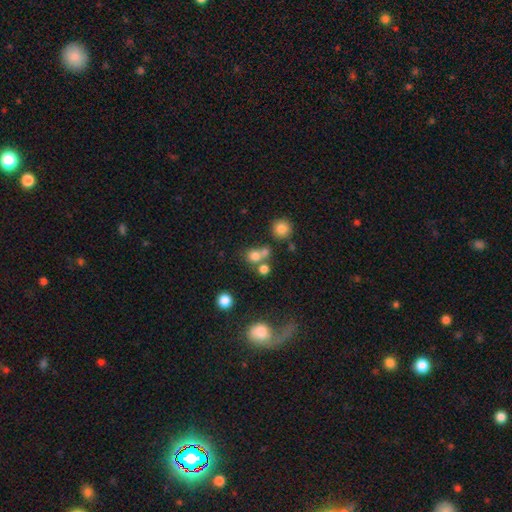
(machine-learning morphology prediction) smooth_or_featured: smooth (p=0.72) [alt: star or artifact p=0.18]
how_rounded: round (p=0.78) [alt: in between p=0.21]
merging: none (p=0.49) [alt: merger p=0.37]